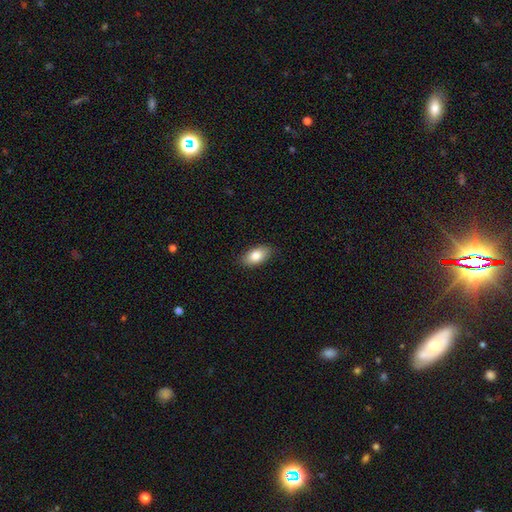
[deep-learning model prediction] Q: Smooth or featured?
A: smooth (81%); runner-up: featured or disk (12%)
Q: How rounded?
A: in between (92%); runner-up: round (5%)
Q: Merging?
A: none (87%); runner-up: minor disturbance (10%)